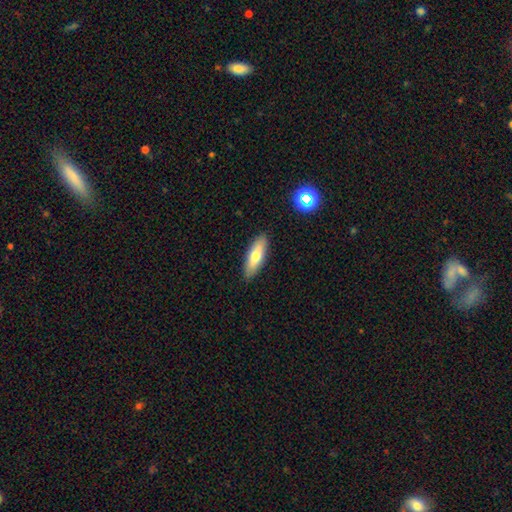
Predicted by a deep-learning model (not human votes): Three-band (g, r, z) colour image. It shows a smooth galaxy with no disk features (67%) that is in between round and cigar-shaped (53%). Merging: none (88%).